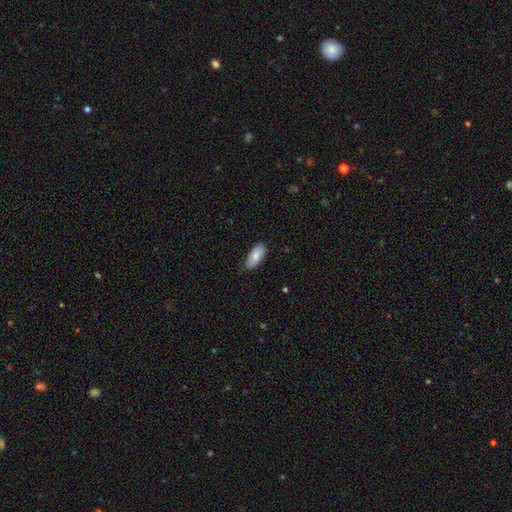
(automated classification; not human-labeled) Overall: smooth (80%). How rounded: in between (90%). Merging: none (83%).